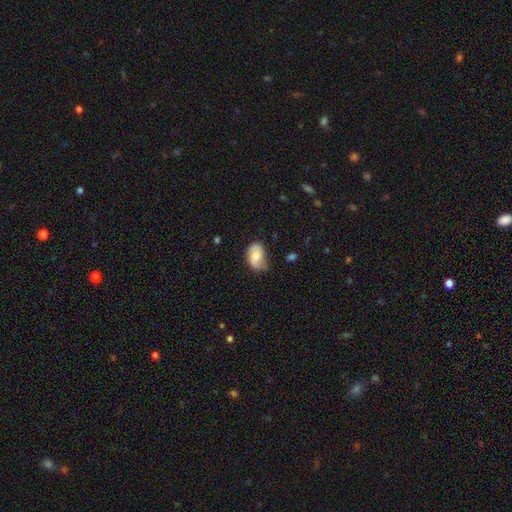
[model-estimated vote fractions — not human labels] smooth_or_featured: smooth (p=0.70) [alt: featured or disk p=0.23]
how_rounded: in between (p=0.88) [alt: round p=0.11]
merging: none (p=0.49) [alt: minor disturbance p=0.38]